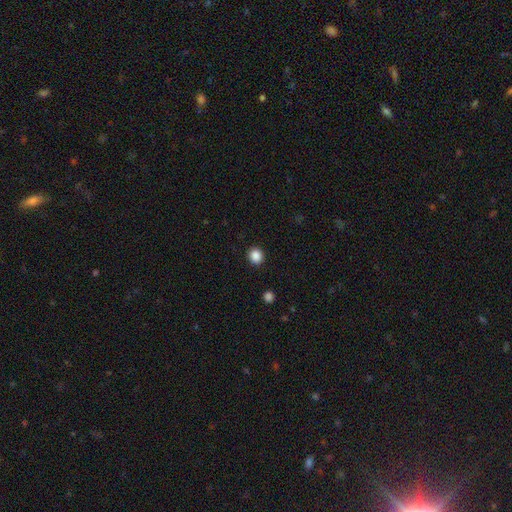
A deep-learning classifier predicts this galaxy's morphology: The model was most divided on "how rounded": round: 84%, in between: 15%, cigar-shaped: 1%. More confident: merging — none (91%); smooth or featured — smooth (87%).